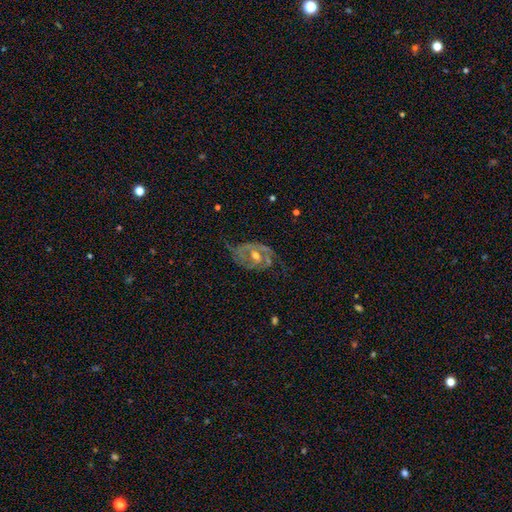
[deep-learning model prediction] Smooth or featured: featured or disk — 82% (smooth — 11%)
Edge-on disk: no — 96% (yes — 4%)
Bar: no — 43% (weak — 42%)
Spiral arms: yes — 86% (no — 14%)
Spiral winding: medium — 44% (tight — 32%)
Spiral arm count: 2 — 66% (can't tell — 16%)
Bulge size: moderate — 68% (small — 26%)
Merging: none — 51% (minor disturbance — 25%)